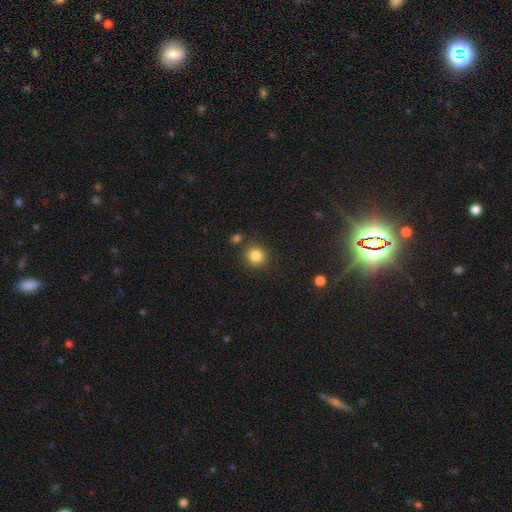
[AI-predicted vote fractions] smooth-or-featured: smooth: 84% | star or artifact: 11% | featured or disk: 5%
  how-rounded: round: 89% | in between: 10% | cigar-shaped: 1%
  merging: none: 83% | minor disturbance: 8% | merger: 6% | major disturbance: 3%